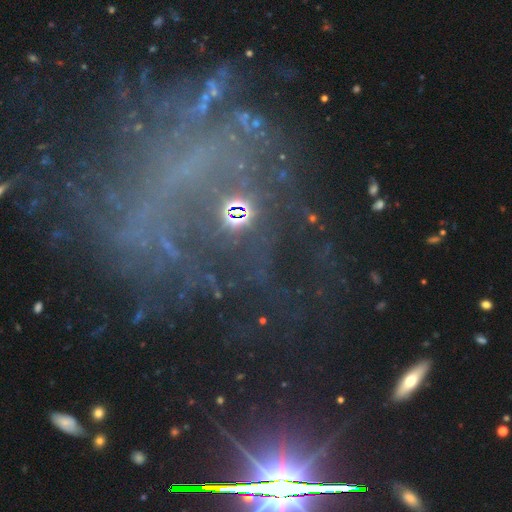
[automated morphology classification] This is marginally a featured or disk galaxy (43%). Merging: possibly none (60%).